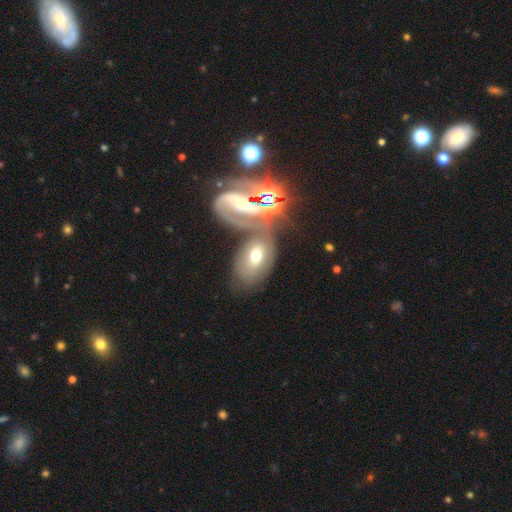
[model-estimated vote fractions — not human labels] This appears to be a smooth galaxy with no disk features (48%). Merging: merger (43%).